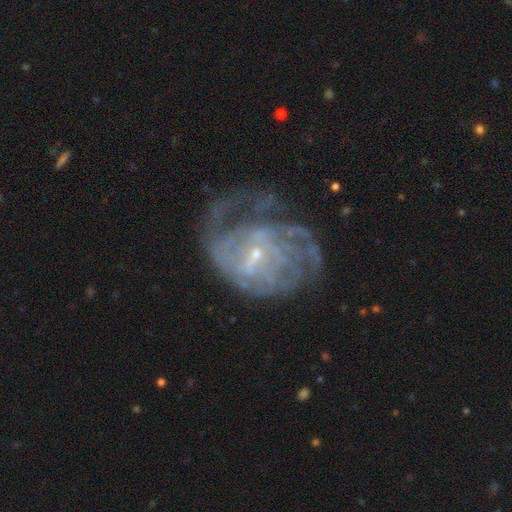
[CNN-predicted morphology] smooth-or-featured: featured or disk: 80% | smooth: 10% | star or artifact: 9%
  disk-edge-on: no: 97% | yes: 3%
    bar: weak: 51% | no: 36% | strong: 13%
    has-spiral-arms: yes: 81% | no: 19%
      spiral-winding: tight: 46% | medium: 37% | loose: 17%
      spiral-arm-count: can't tell: 50% | 2: 15% | 3: 11% | 4: 11% | more than 4: 7% | 1: 6%
    bulge-size: small: 79% | moderate: 14% | none: 5% | large: 1% | dominant: 1%
  merging: none: 40% | major disturbance: 36% | minor disturbance: 21% | merger: 3%